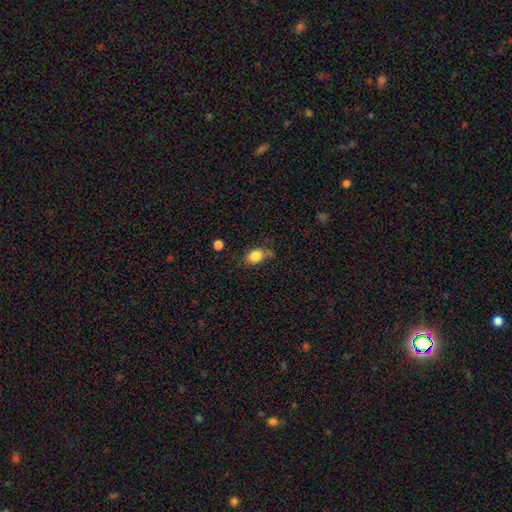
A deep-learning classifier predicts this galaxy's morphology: smooth-or-featured: smooth: 84% | star or artifact: 9% | featured or disk: 7%
  how-rounded: in between: 63% | round: 35% | cigar-shaped: 1%
  merging: none: 59% | minor disturbance: 26% | major disturbance: 8% | merger: 7%